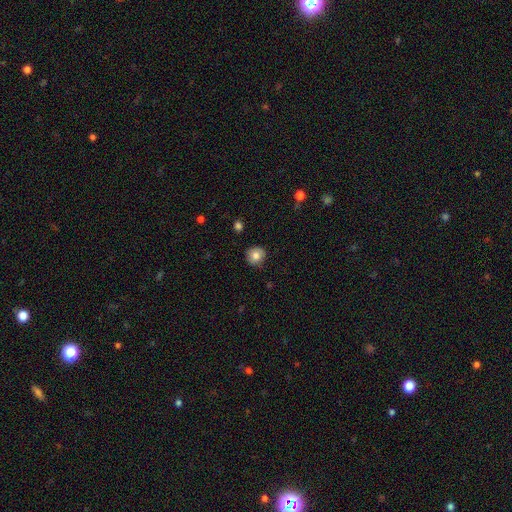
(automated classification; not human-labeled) The model was most divided on "smooth or featured": smooth: 81%, featured or disk: 10%, star or artifact: 9%. More confident: how rounded — round (90%); merging — none (85%).